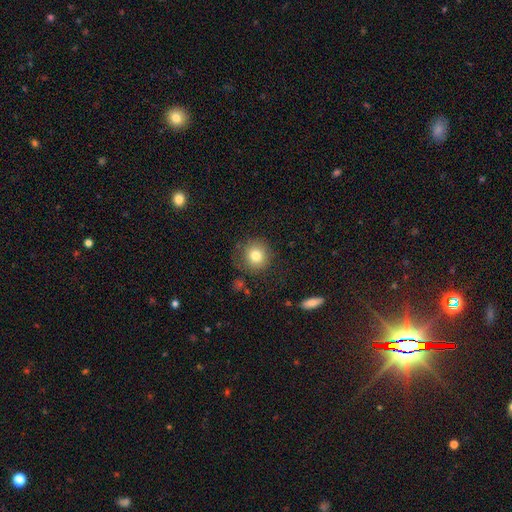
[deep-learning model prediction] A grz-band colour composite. It shows a smooth galaxy with no disk features (79%) that is round (91%). Merging: none (77%).